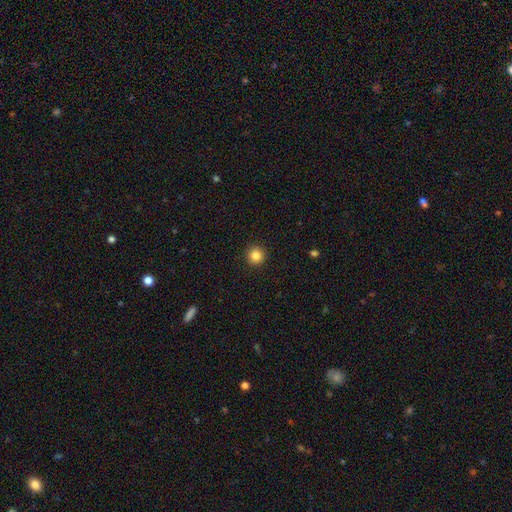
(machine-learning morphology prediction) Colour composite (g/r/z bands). It shows a smooth galaxy with no disk features (85%) that is round (95%). Merging: none (93%).